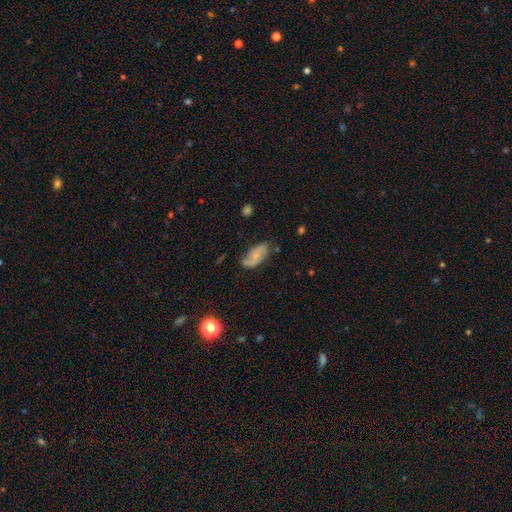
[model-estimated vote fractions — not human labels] Smooth or featured? Predicted: featured or disk (p=0.46, tied with smooth). Merging? Predicted: none (p=0.58).